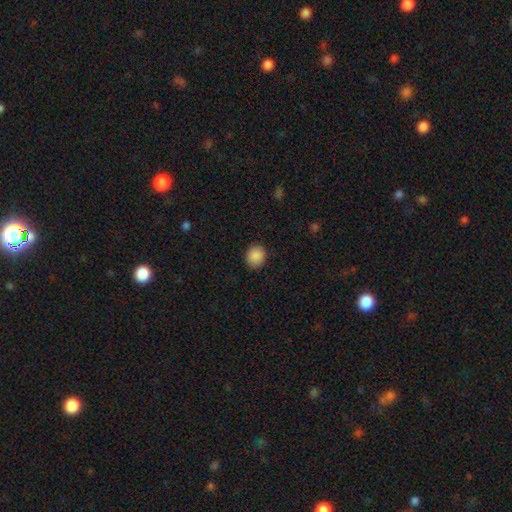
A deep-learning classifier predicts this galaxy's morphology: A smooth galaxy with no disk features (88%) that is round (81%). Merging: none (90%).